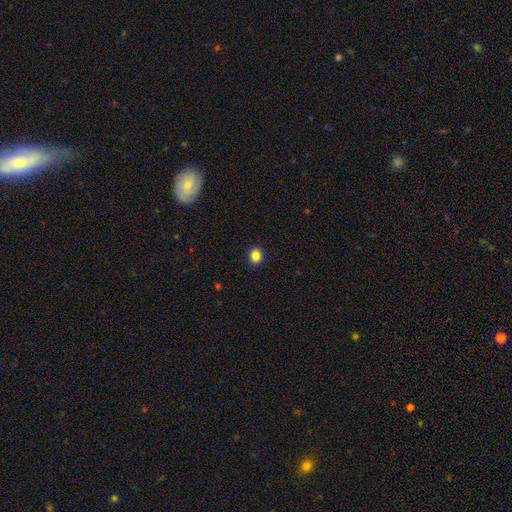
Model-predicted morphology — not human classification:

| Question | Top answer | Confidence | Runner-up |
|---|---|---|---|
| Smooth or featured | smooth | 85% | star or artifact (10%) |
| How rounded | round | 60% | in between (39%) |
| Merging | none | 91% | minor disturbance (6%) |